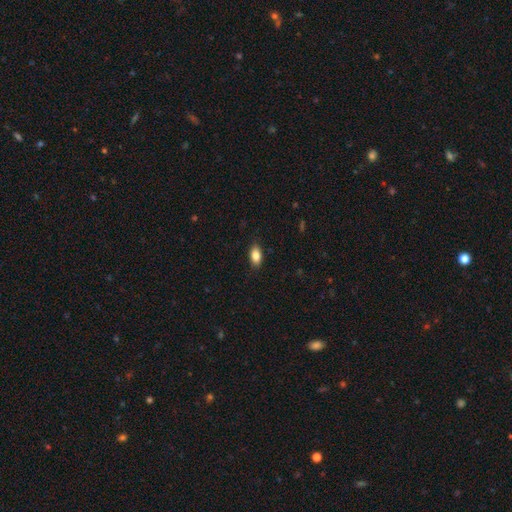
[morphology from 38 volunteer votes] Smooth or featured?
  - smooth: 79% *
  - featured or disk: 13%
  - star or artifact: 8%
How rounded?
  - in between: 90% *
  - round: 10%
  - cigar-shaped: 0%
Merging?
  - none: 97% *
  - major disturbance: 3%
  - minor disturbance: 0%
  - merger: 0%